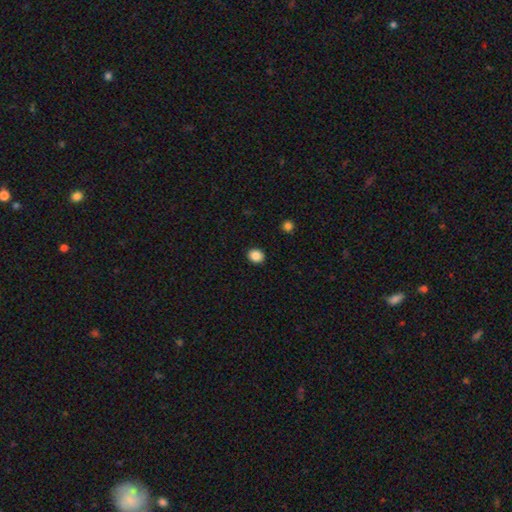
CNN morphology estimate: This appears to be a smooth galaxy with no disk features (86%) that is round (67%). Merging: none (92%).